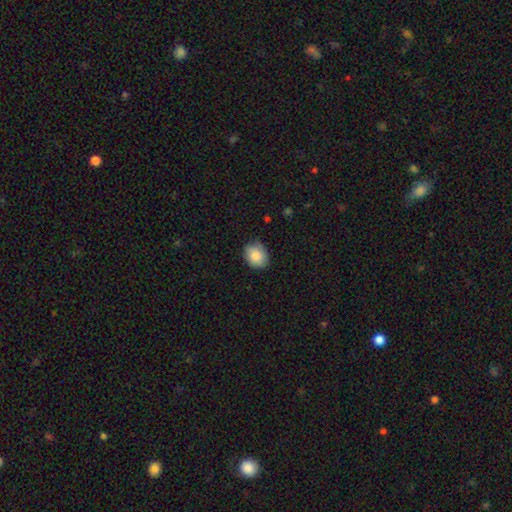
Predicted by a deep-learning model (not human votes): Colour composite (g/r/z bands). It shows a smooth galaxy with no disk features (86%) that is in between round and cigar-shaped (52%). Merging: none (79%).